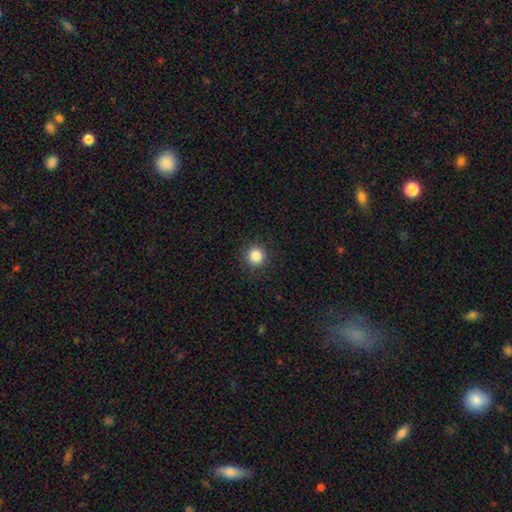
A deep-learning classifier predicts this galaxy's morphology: Smooth or featured: smooth — 85% (star or artifact — 11%)
How rounded: round — 95% (in between — 4%)
Merging: none — 92% (minor disturbance — 5%)